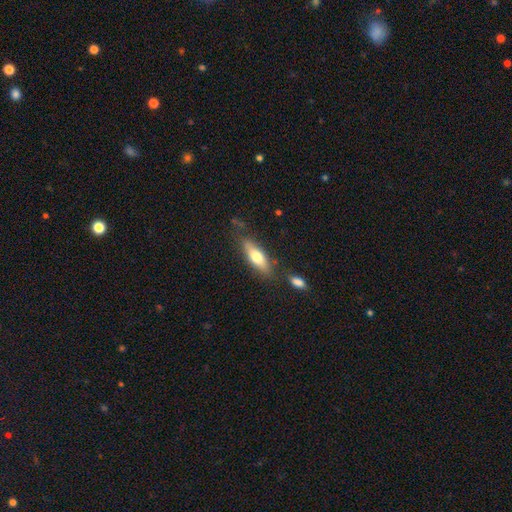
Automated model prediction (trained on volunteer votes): A smooth galaxy with no disk features (66%) that is in between round and cigar-shaped (55%). Merging: none (68%).